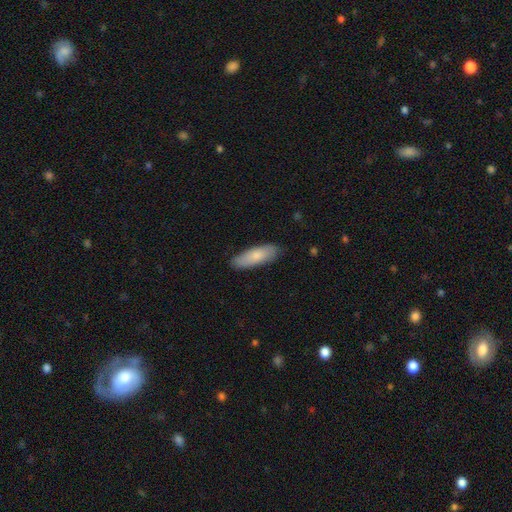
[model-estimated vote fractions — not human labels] Morphology: type=smooth (80%); roundness=in between (57%); merging=none (82%).